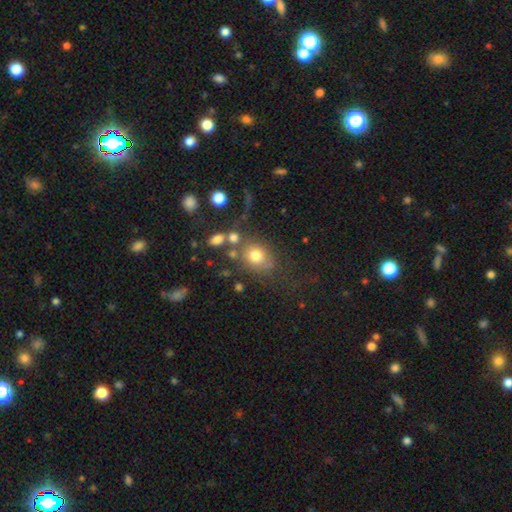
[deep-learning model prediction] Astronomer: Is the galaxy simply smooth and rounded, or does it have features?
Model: smooth — 72%.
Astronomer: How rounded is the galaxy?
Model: round — 57% (runner-up: in between, 42%).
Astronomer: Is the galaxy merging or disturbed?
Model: none — 53%.